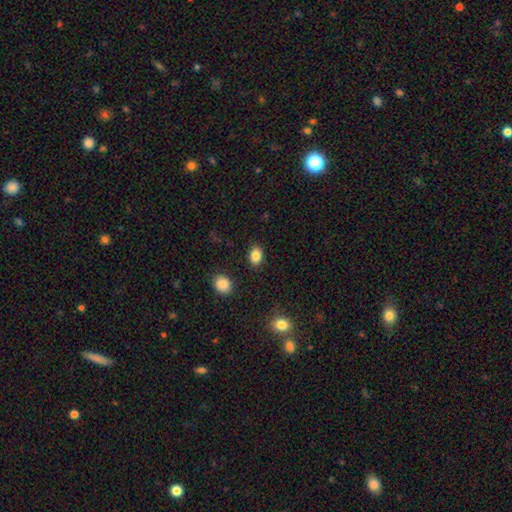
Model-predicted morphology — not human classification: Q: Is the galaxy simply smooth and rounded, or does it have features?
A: smooth — 86%.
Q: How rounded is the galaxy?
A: in between — 74%.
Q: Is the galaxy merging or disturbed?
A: none — 87%.